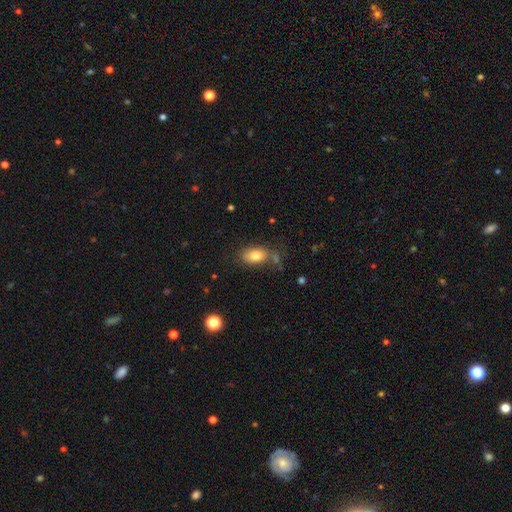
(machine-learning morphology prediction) smooth_or_featured: smooth (p=0.80) [alt: featured or disk p=0.11]
how_rounded: in between (p=0.88) [alt: round p=0.09]
merging: none (p=0.69) [alt: minor disturbance p=0.17]